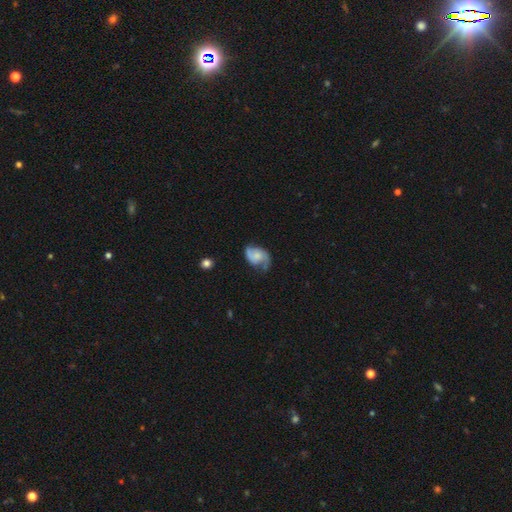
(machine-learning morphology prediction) This is likely a featured or disk galaxy (68%). It is clearly not viewed edge-on (98%). Bar: likely no (65%). Spiral arm pattern: clearly yes (92%). Spiral arm count: clearly 2 (84%). Spiral winding: marginally medium (44%). Central bulge: marginally small (39%). Merging: possibly none (57%).